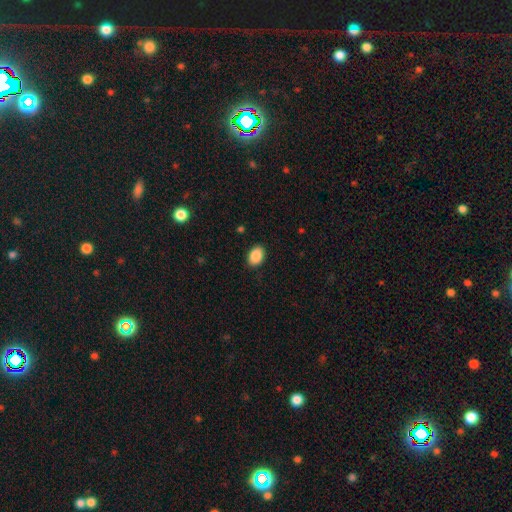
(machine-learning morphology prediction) This is clearly a smooth galaxy (89%). How rounded: clearly in between (82%). Merging: clearly none (88%).